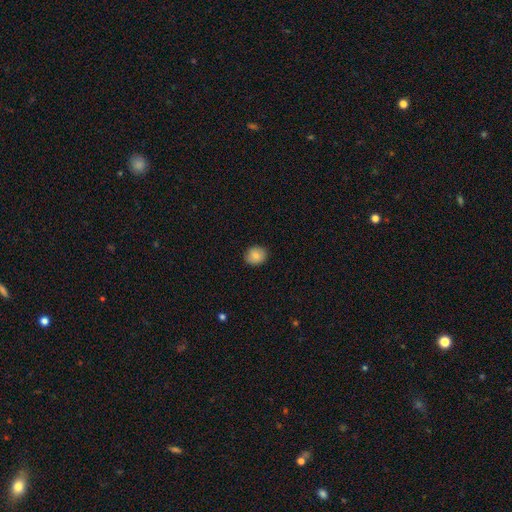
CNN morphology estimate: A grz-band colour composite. It shows a smooth galaxy with no disk features (84%) that is round (68%). Merging: none (89%).